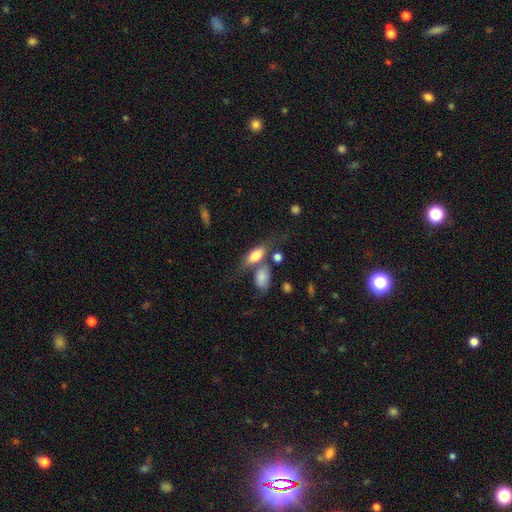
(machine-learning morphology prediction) This appears to be a smooth galaxy with no disk features (69%) that is in between round and cigar-shaped (77%). Merging: none (45%).